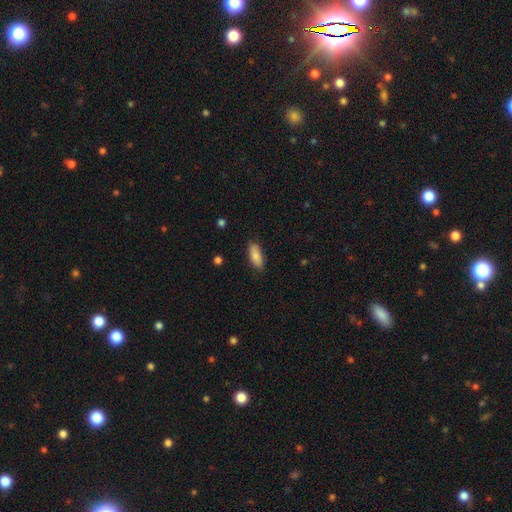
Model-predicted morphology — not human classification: A smooth galaxy with no disk features (85%) that is in between round and cigar-shaped (82%). Merging: none (85%).